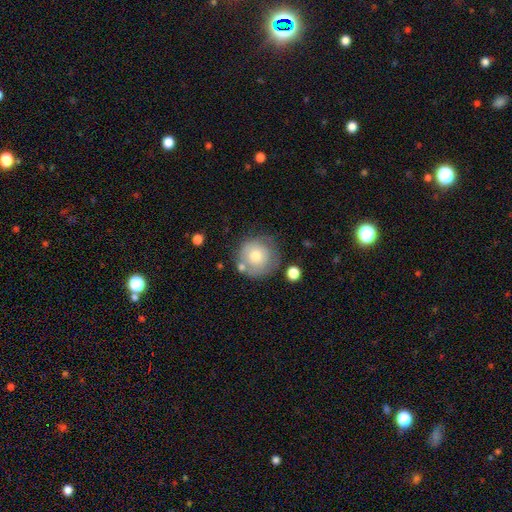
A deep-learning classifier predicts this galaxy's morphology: Q: Smooth or featured?
A: smooth (66%); runner-up: featured or disk (26%)
Q: How rounded?
A: round (93%); runner-up: in between (6%)
Q: Merging?
A: none (67%); runner-up: minor disturbance (19%)